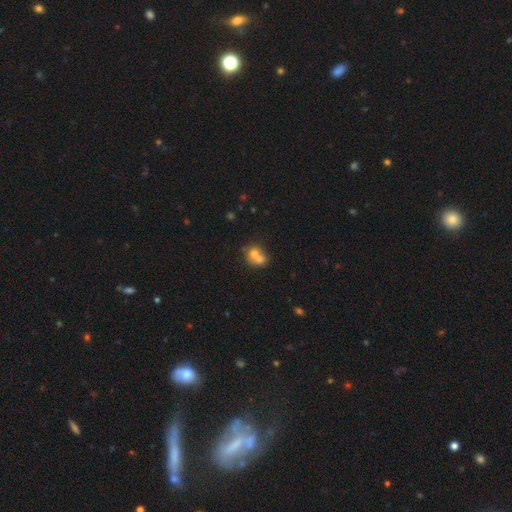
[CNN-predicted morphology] Smooth or featured?
  - smooth: 68% *
  - featured or disk: 21%
  - star or artifact: 11%
How rounded?
  - round: 67% *
  - in between: 32%
  - cigar-shaped: 1%
Merging?
  - merger: 66% *
  - none: 24%
  - minor disturbance: 6%
  - major disturbance: 3%